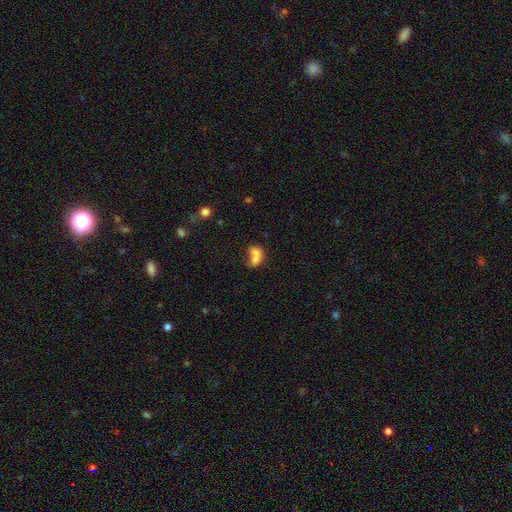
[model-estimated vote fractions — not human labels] smooth 71%, featured or disk 18%, star or artifact 11%. Down the decision tree: how rounded — in between (70%); merging — merger (66%).